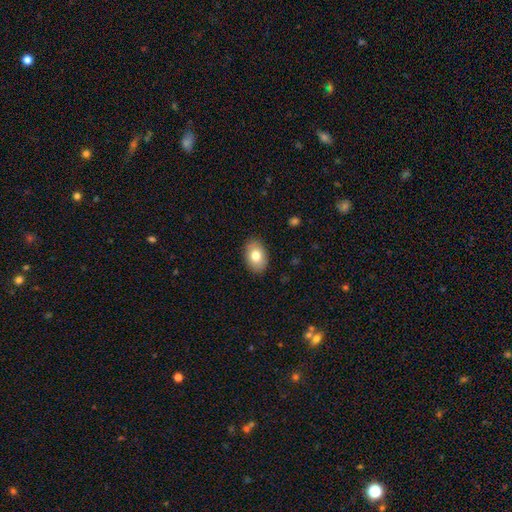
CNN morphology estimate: type=smooth (78%); roundness=in between (82%); merging=none (87%).